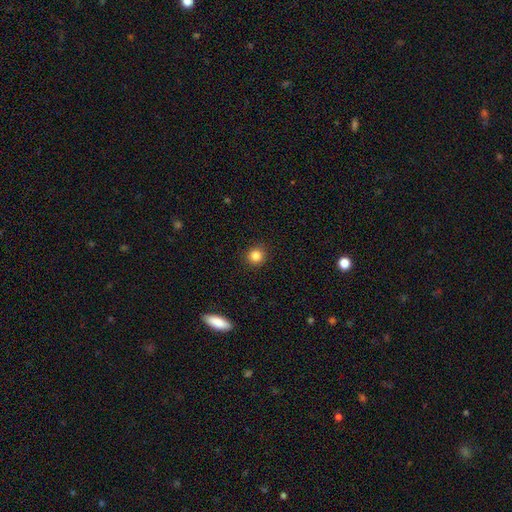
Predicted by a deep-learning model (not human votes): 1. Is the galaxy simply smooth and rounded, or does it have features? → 85% smooth, 11% star or artifact, 5% featured or disk.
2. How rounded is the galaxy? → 91% round, 8% in between, 1% cigar-shaped.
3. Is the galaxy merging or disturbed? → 91% none, 6% minor disturbance, 2% major disturbance, 1% merger.